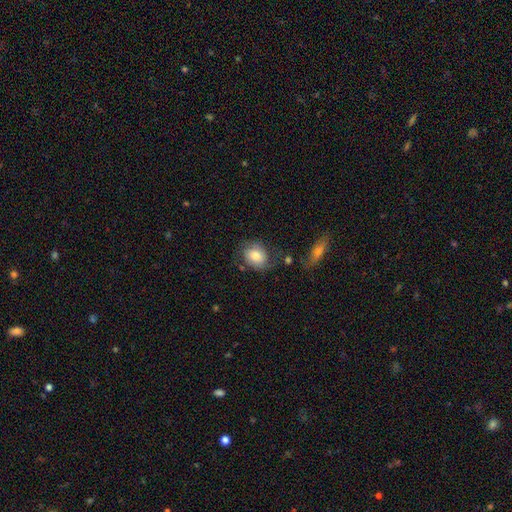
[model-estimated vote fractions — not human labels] smooth-or-featured: smooth: 72% | featured or disk: 20% | star or artifact: 7%
  how-rounded: in between: 55% | round: 44% | cigar-shaped: 1%
  merging: none: 57% | minor disturbance: 24% | major disturbance: 12% | merger: 7%